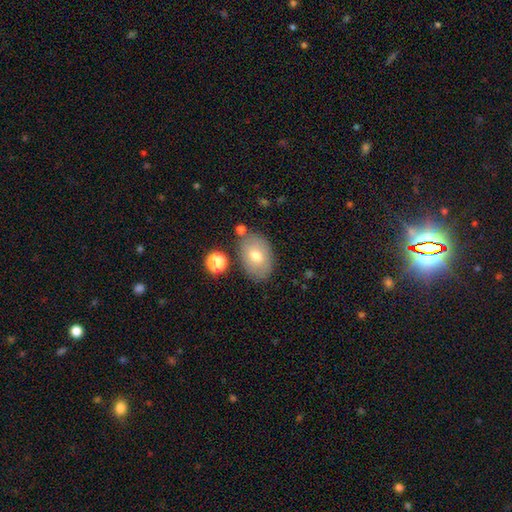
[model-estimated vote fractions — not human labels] The model was most divided on "smooth or featured": smooth: 70%, featured or disk: 21%, star or artifact: 9%. More confident: how rounded — in between (83%); merging — none (77%).